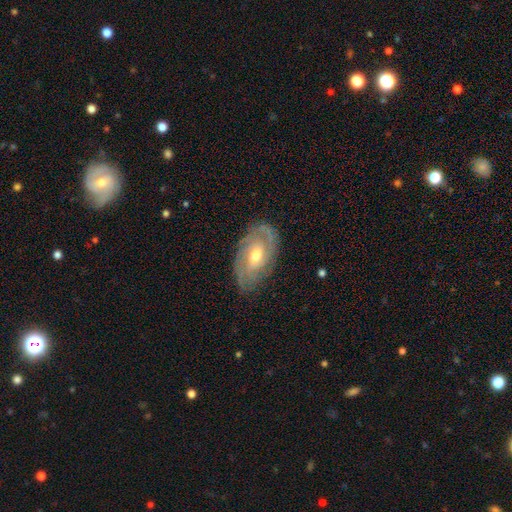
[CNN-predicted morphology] type=featured or disk (82%); edge-on=no (94%); bar=no (51%); spiral arms=yes (92%); winding=tight (63%); arm count=2 (36%); bulge=moderate (67%); merging=none (79%).